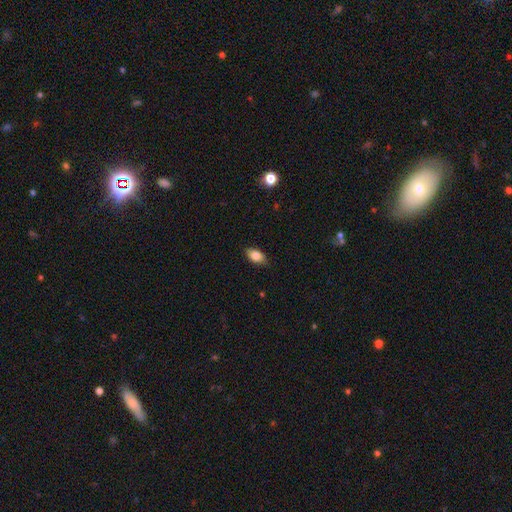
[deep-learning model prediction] Smooth or featured? Predicted: smooth (p=0.83). How rounded? Predicted: in between (p=0.90). Merging? Predicted: none (p=0.86).